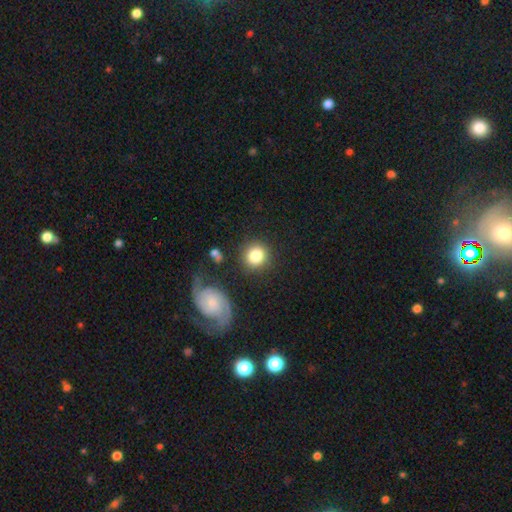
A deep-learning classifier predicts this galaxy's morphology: This appears to be a smooth galaxy with no disk features (81%) that is round (89%). Merging: none (82%).